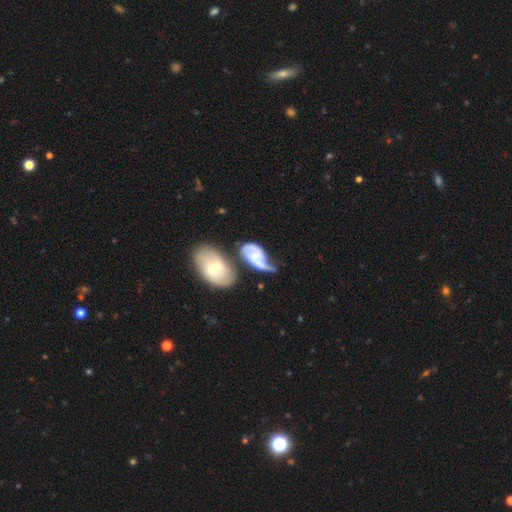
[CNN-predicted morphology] type=featured or disk (72%); edge-on=no (96%); bar=no (56%); spiral arms=yes (86%); winding=loose (48%); arm count=2 (62%); bulge=small (47%); merging=merger (34%).